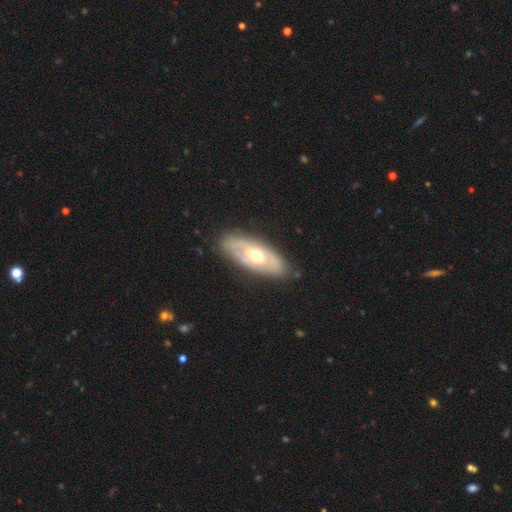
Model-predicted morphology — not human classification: Overall: featured or disk (66%; smooth 29%). Edge-on disk: no (82%). Bar: no (80%). Spiral arms: no (67%; yes 33%). Bulge size: moderate (64%; large 30%). Merging: none (82%).